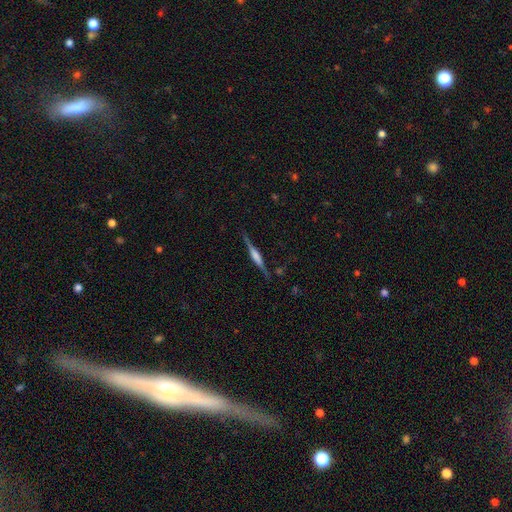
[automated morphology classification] Overall: featured or disk (74%). Edge-on disk: yes (98%). Edge-on bulge: boxy (48%; rounded 40%). Merging: none (86%).